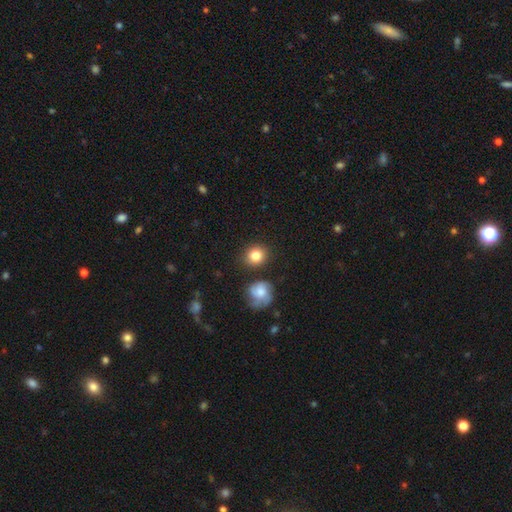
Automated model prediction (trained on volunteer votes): Overall: smooth (83%). How rounded: round (81%). Merging: none (82%).